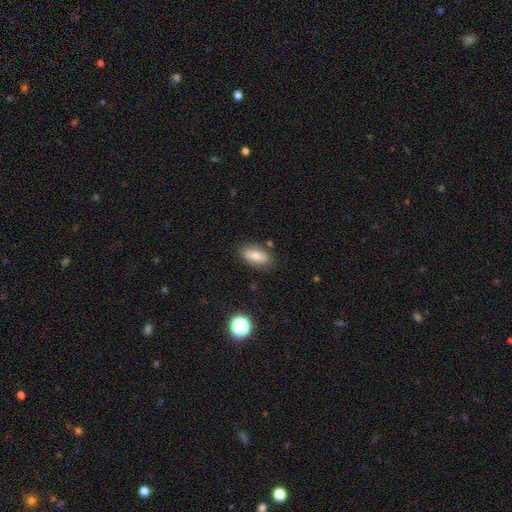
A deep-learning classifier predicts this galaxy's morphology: Q: Smooth or featured?
A: smooth (75%); runner-up: featured or disk (16%)
Q: How rounded?
A: in between (86%); runner-up: cigar-shaped (9%)
Q: Merging?
A: none (82%); runner-up: minor disturbance (12%)